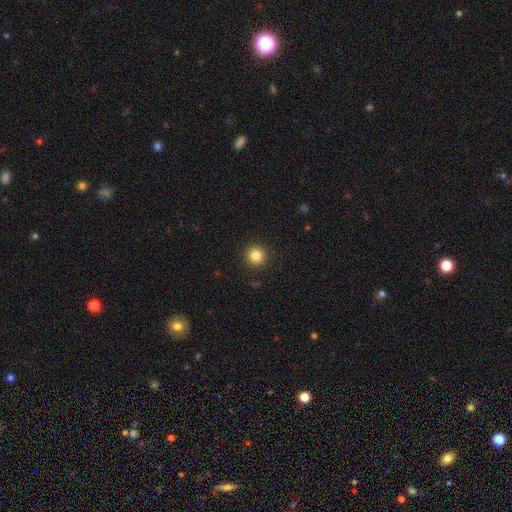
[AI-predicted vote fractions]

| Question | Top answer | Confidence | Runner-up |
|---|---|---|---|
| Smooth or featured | smooth | 84% | star or artifact (11%) |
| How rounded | round | 95% | in between (4%) |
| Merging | none | 91% | minor disturbance (6%) |